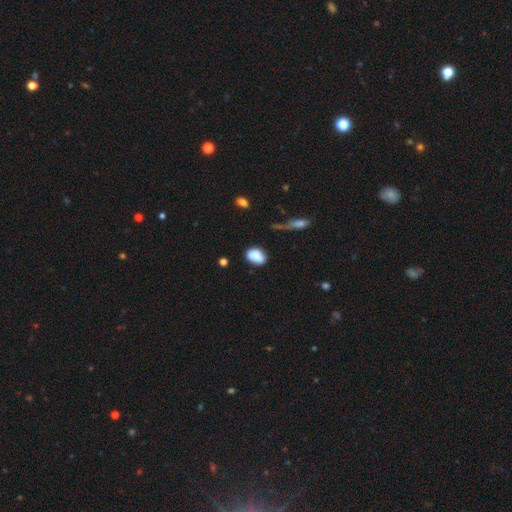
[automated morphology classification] Smooth or featured: smooth — 83% (featured or disk — 9%)
How rounded: in between — 79% (round — 19%)
Merging: none — 64% (minor disturbance — 23%)